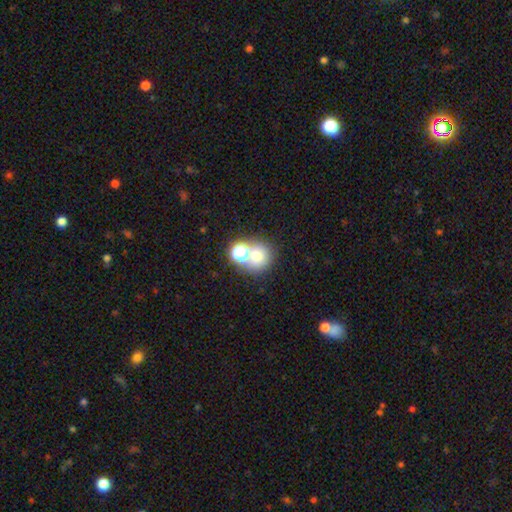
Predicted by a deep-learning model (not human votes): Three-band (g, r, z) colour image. It shows a smooth galaxy with no disk features (68%) that is round (82%). Merging: none (49%).